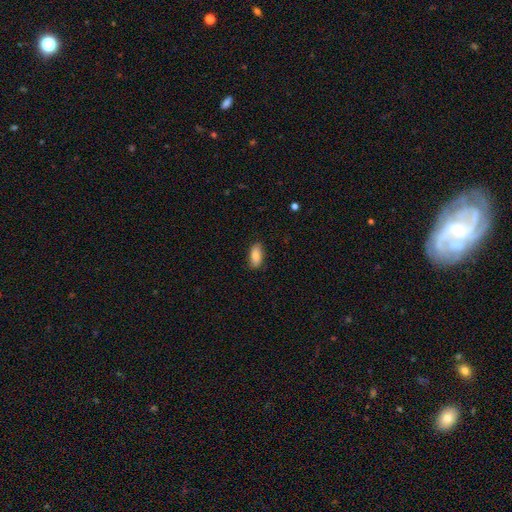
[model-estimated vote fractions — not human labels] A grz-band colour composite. It shows a smooth galaxy with no disk features (86%) that is in between round and cigar-shaped (88%). Merging: none (86%).